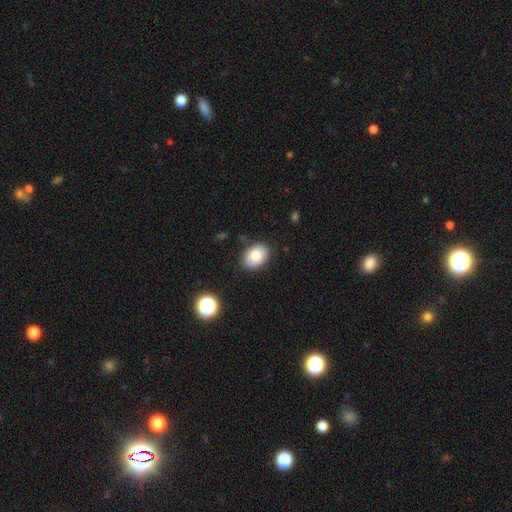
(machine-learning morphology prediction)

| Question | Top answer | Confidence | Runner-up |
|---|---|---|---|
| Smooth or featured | smooth | 82% | featured or disk (9%) |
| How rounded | in between | 71% | round (28%) |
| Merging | none | 85% | minor disturbance (11%) |